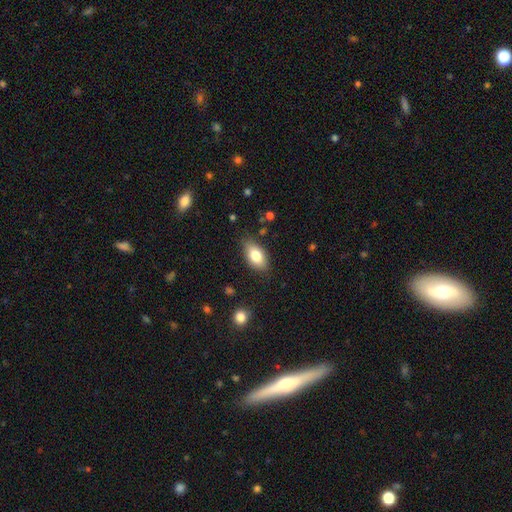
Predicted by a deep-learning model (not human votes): Smooth or featured? Predicted: smooth (p=0.79). How rounded? Predicted: in between (p=0.90). Merging? Predicted: none (p=0.81).